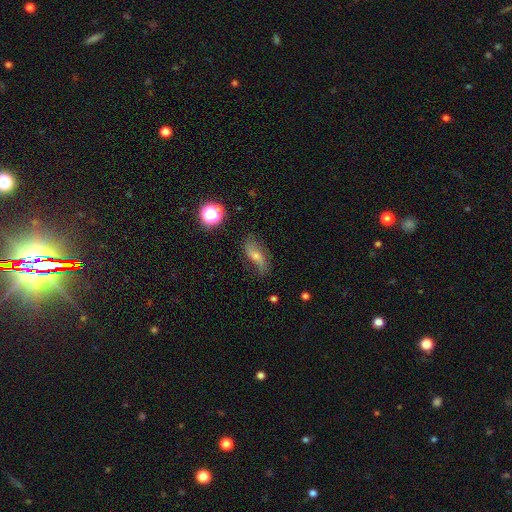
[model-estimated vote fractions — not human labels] A featured or disk galaxy (61%) with no bar (52%), spiral arms (87%) and a moderate central bulge (48%). Merging: none (72%).